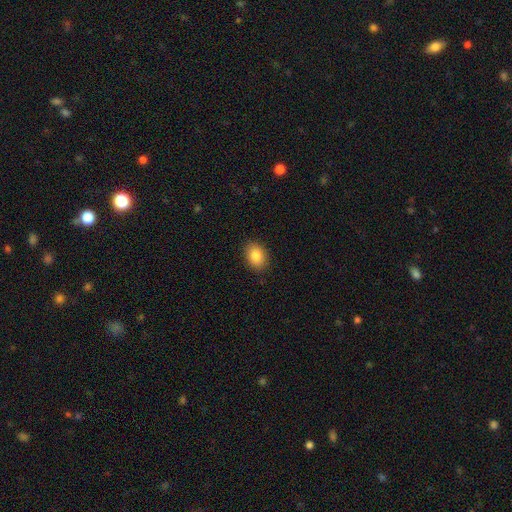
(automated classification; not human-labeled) A smooth galaxy with no disk features (85%) that is in between round and cigar-shaped (68%). Merging: none (88%).